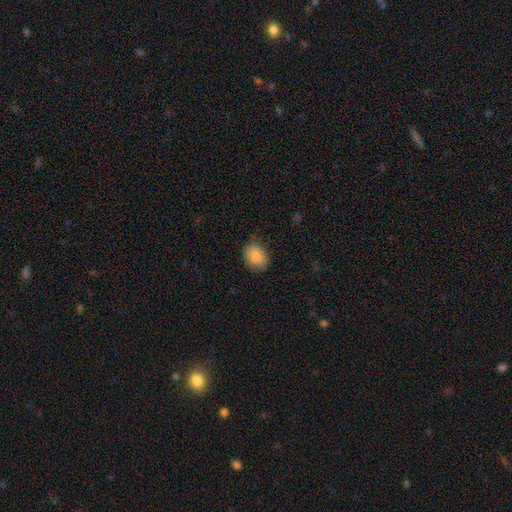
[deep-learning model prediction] The model was most divided on "how rounded": in between: 69%, round: 30%, cigar-shaped: 1%. More confident: smooth or featured — smooth (88%); merging — none (81%).